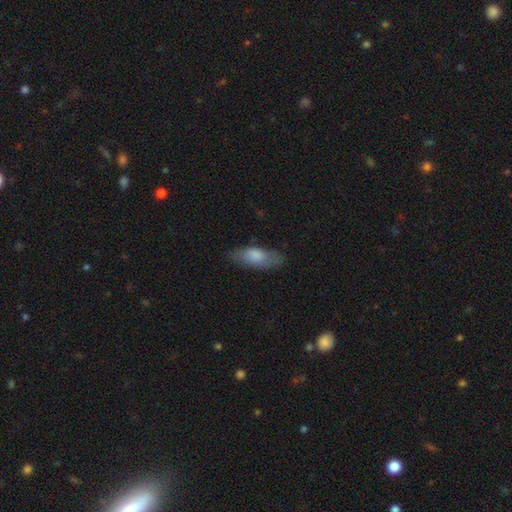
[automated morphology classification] Smooth or featured?
  - smooth: 77% *
  - featured or disk: 17%
  - star or artifact: 6%
How rounded?
  - in between: 72% *
  - cigar-shaped: 25%
  - round: 2%
Merging?
  - none: 75% *
  - minor disturbance: 19%
  - major disturbance: 5%
  - merger: 1%